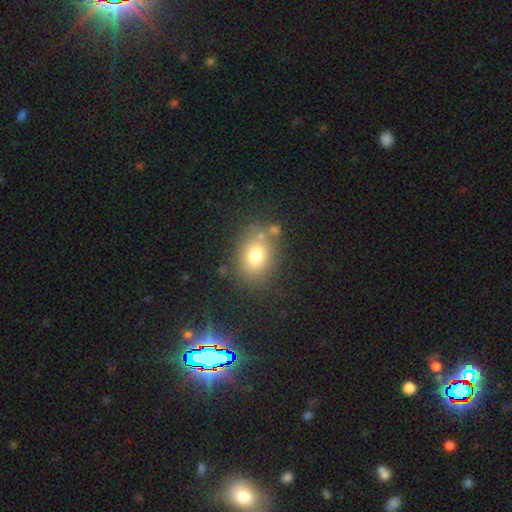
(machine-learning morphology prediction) smooth_or_featured: smooth (p=0.75) [alt: featured or disk p=0.13]
how_rounded: in between (p=0.57) [alt: round p=0.42]
merging: none (p=0.73) [alt: minor disturbance p=0.14]